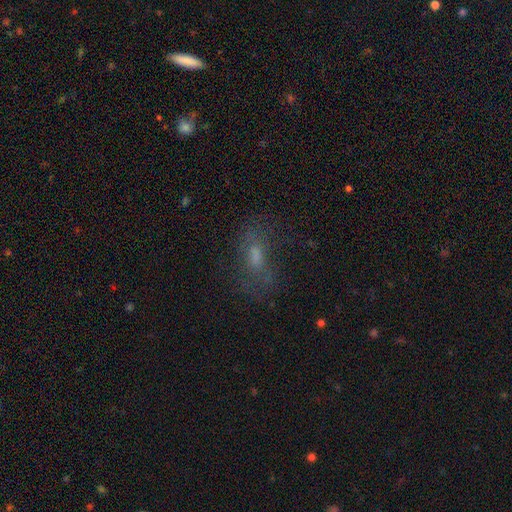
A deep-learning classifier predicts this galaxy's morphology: This appears to be a smooth galaxy with no disk features (44%). Merging: none (57%).